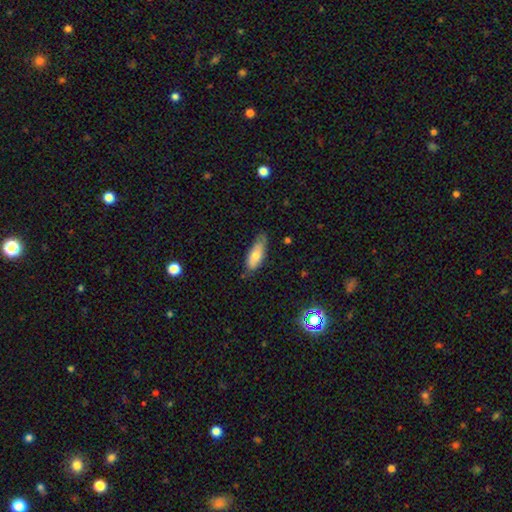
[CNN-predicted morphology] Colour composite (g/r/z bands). It shows a smooth galaxy with no disk features (71%) that is in between round and cigar-shaped (70%). Merging: none (64%).